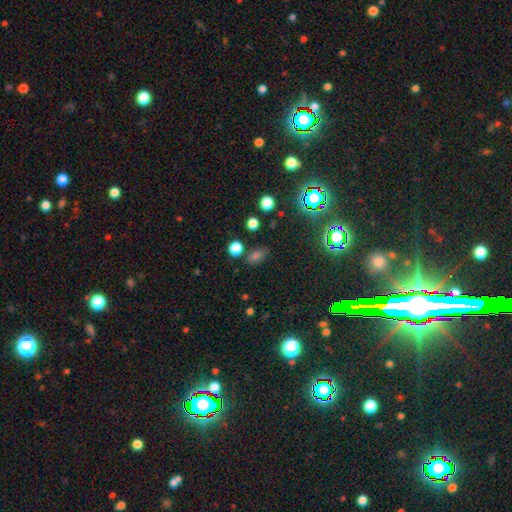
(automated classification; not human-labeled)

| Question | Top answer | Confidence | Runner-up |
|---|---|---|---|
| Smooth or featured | smooth | 53% | star or artifact (38%) |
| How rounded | in between | 72% | round (25%) |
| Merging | none | 79% | minor disturbance (12%) |